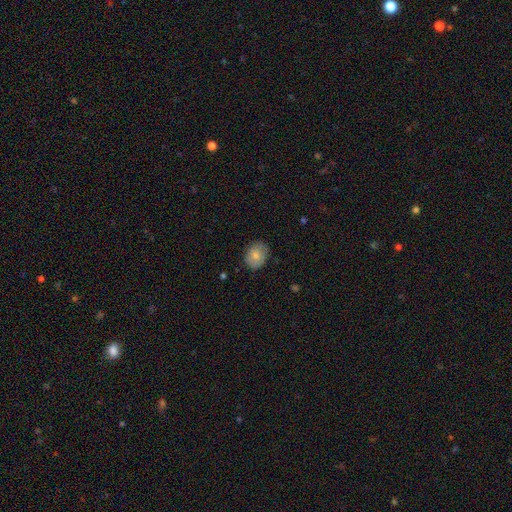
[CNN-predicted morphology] Smooth or featured?
  - smooth: 79% *
  - featured or disk: 13%
  - star or artifact: 8%
How rounded?
  - in between: 54% *
  - round: 45%
  - cigar-shaped: 1%
Merging?
  - none: 80% *
  - minor disturbance: 16%
  - major disturbance: 3%
  - merger: 1%